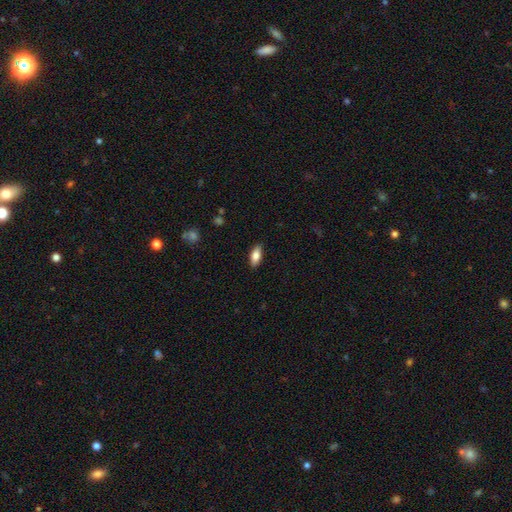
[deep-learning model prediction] smooth 77%, featured or disk 16%, star or artifact 7%. Down the decision tree: how rounded — in between (82%); merging — none (88%).